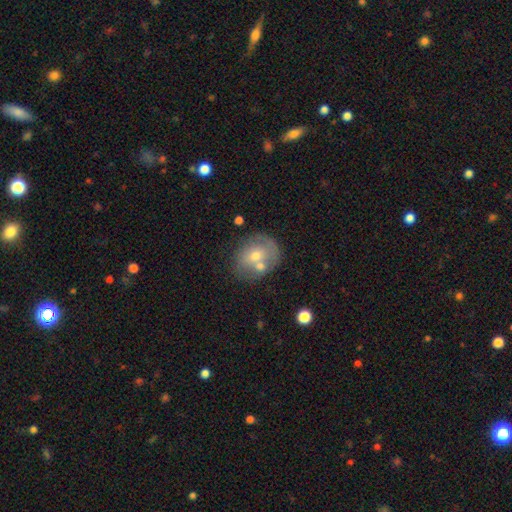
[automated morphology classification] smooth-or-featured: smooth: 49% | featured or disk: 41% | star or artifact: 10%
  merging: none: 47% | merger: 28% | minor disturbance: 18% | major disturbance: 8%